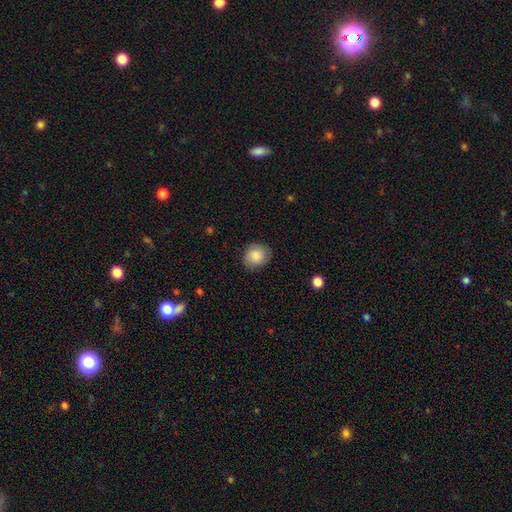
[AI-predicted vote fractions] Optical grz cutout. It shows a smooth galaxy with no disk features (85%) that is round (66%). Merging: none (80%).